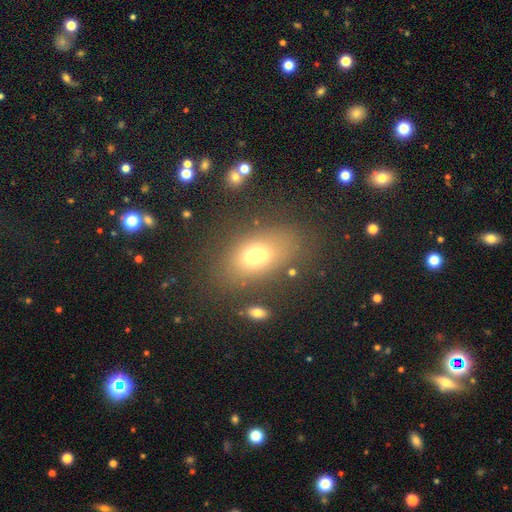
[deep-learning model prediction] smooth 59%, featured or disk 25%, star or artifact 16%. Down the decision tree: how rounded — in between (71%); merging — merger (47%).